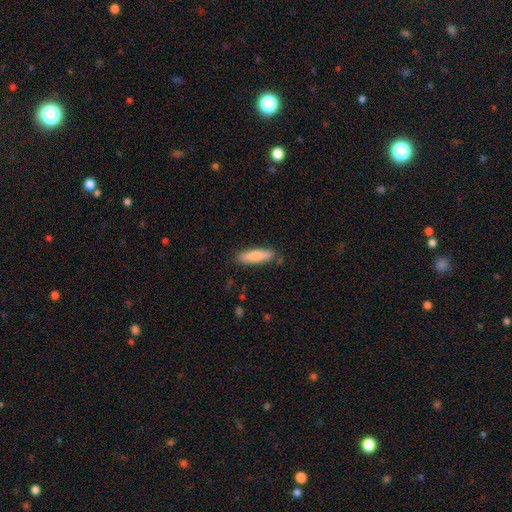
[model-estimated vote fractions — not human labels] Smooth or featured? smooth (79%)
How rounded? cigar-shaped (66%)
Merging? none (84%)